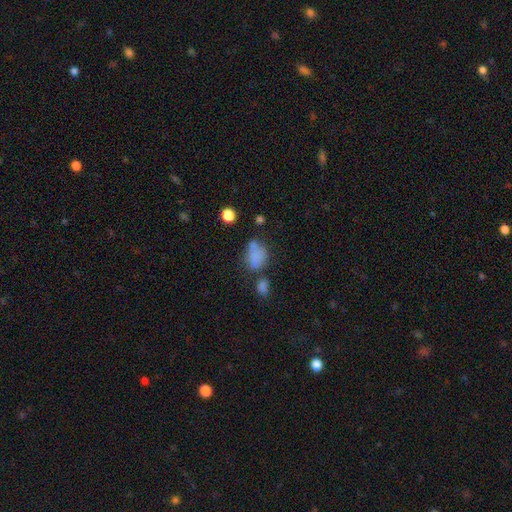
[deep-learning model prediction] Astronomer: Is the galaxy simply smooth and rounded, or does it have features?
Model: smooth — 73%.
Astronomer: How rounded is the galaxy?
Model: in between — 72%.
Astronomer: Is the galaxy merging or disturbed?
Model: none — 39% (runner-up: minor disturbance, 23%).